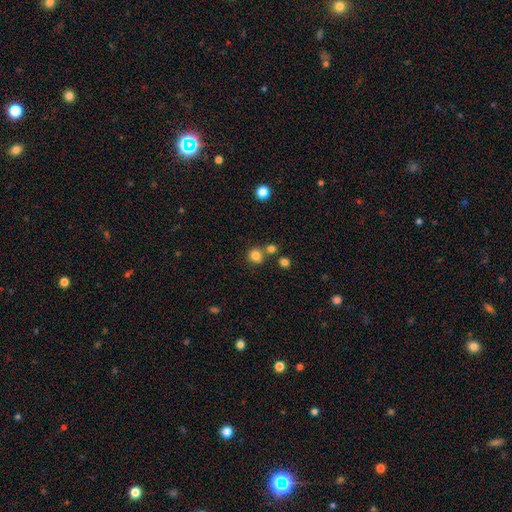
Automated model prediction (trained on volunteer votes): Smooth or featured?
  - smooth: 81% *
  - star or artifact: 13%
  - featured or disk: 5%
How rounded?
  - round: 88% *
  - in between: 11%
  - cigar-shaped: 1%
Merging?
  - none: 71% *
  - merger: 17%
  - minor disturbance: 9%
  - major disturbance: 3%